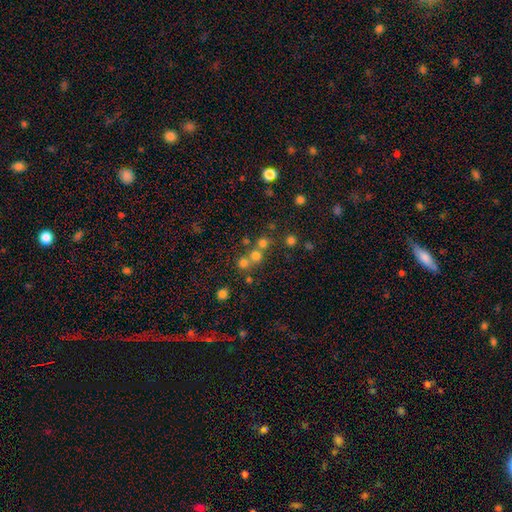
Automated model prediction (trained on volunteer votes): This appears to be a smooth galaxy with no disk features (65%) that is round (89%). Merging: none (49%).